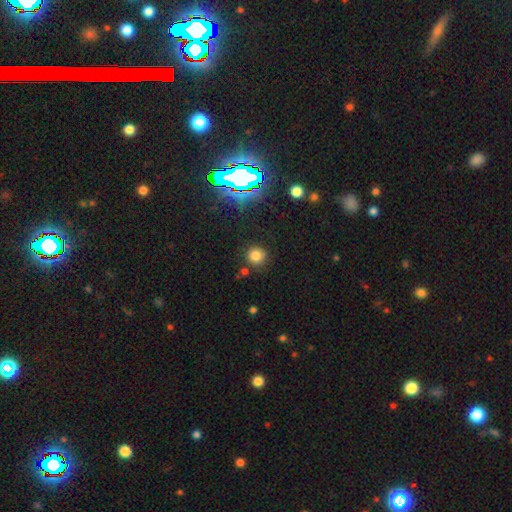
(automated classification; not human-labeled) This is likely a smooth galaxy (75%). How rounded: clearly round (92%). Merging: clearly none (83%).